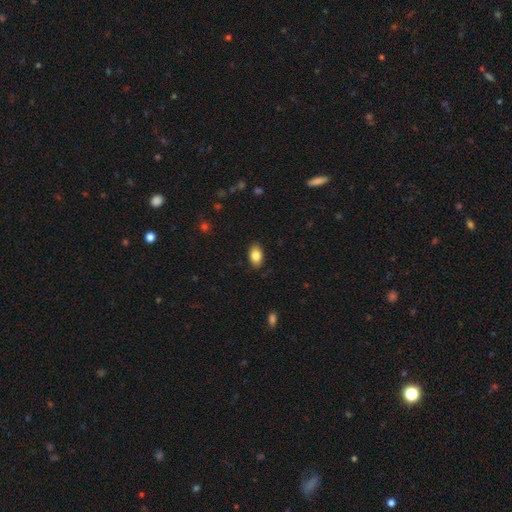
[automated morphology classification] type=smooth (84%); roundness=in between (91%); merging=none (87%).